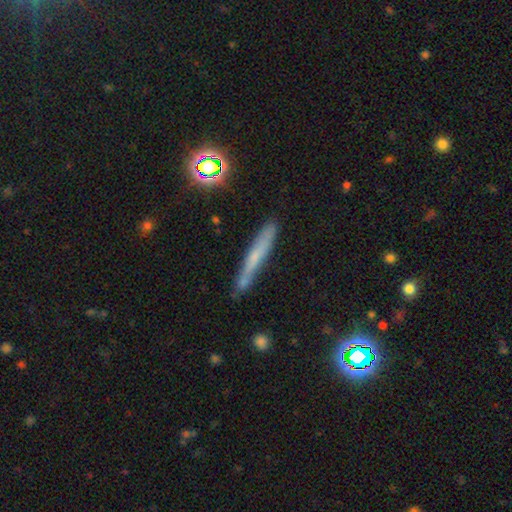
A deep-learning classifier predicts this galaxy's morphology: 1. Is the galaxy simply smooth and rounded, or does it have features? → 52% smooth, 36% featured or disk, 12% star or artifact.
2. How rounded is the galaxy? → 94% cigar-shaped, 4% in between, 2% round.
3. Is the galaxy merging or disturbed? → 74% none, 18% minor disturbance, 5% merger, 4% major disturbance.